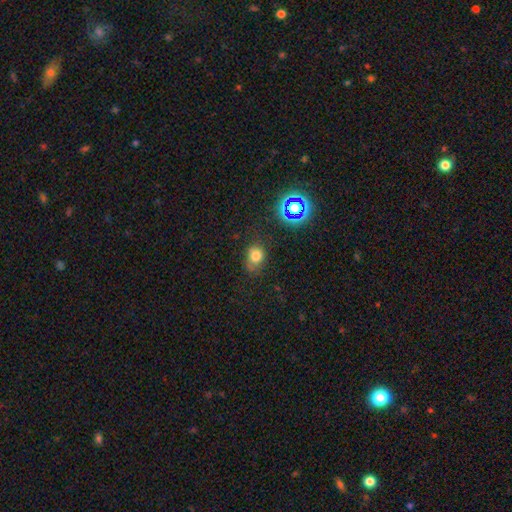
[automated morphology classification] Smooth or featured?
  - smooth: 74% *
  - star or artifact: 17%
  - featured or disk: 9%
How rounded?
  - round: 54% *
  - in between: 45%
  - cigar-shaped: 1%
Merging?
  - none: 59% *
  - minor disturbance: 27%
  - major disturbance: 10%
  - merger: 3%